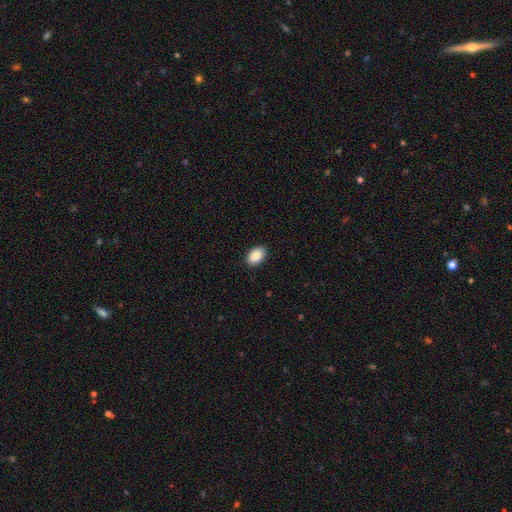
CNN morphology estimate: This is clearly a smooth galaxy (88%). How rounded: clearly in between (89%). Merging: clearly none (90%).